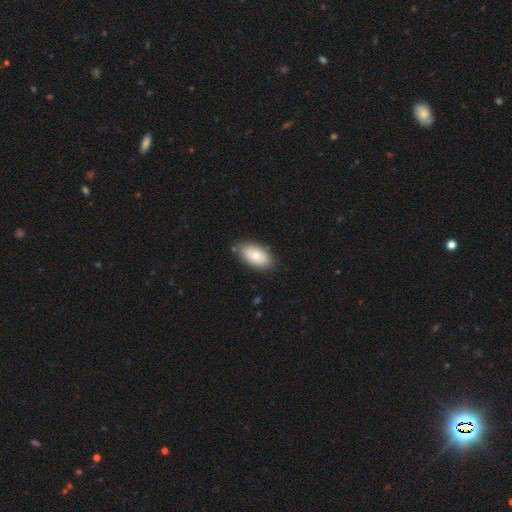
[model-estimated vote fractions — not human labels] smooth-or-featured: smooth: 78% | featured or disk: 16% | star or artifact: 6%
  how-rounded: in between: 94% | round: 4% | cigar-shaped: 2%
  merging: none: 81% | minor disturbance: 13% | merger: 3% | major disturbance: 3%